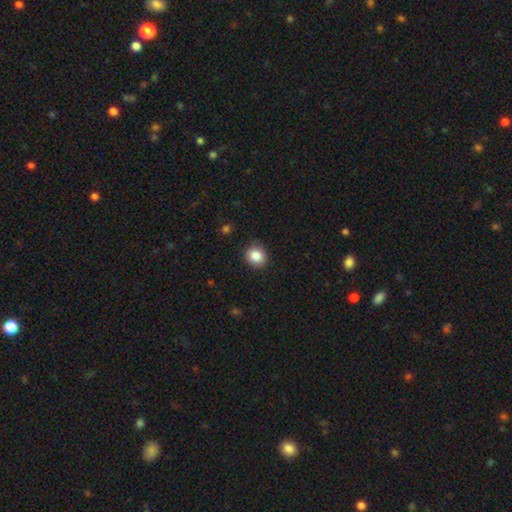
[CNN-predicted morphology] smooth-or-featured: smooth: 86% | star or artifact: 9% | featured or disk: 5%
  how-rounded: round: 79% | in between: 20% | cigar-shaped: 1%
  merging: none: 88% | minor disturbance: 8% | major disturbance: 2% | merger: 1%